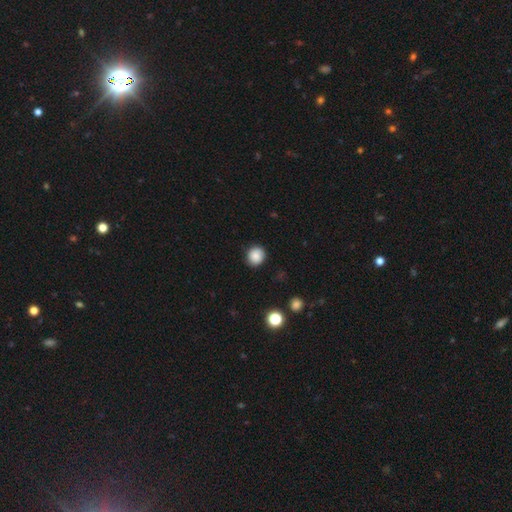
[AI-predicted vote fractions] Overall: smooth (86%). How rounded: round (85%). Merging: none (87%).